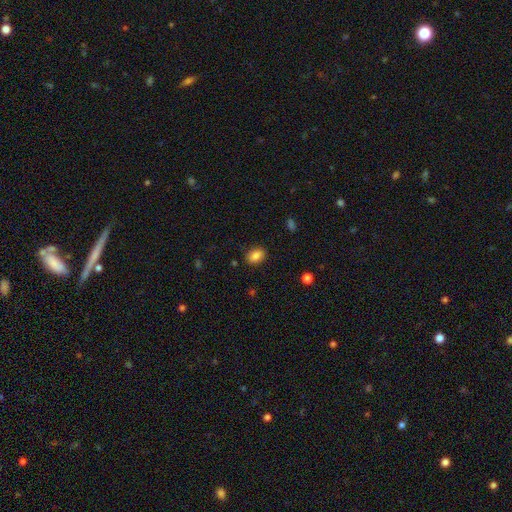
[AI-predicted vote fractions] smooth-or-featured: smooth: 86% | star or artifact: 9% | featured or disk: 5%
  how-rounded: in between: 79% | round: 20% | cigar-shaped: 1%
  merging: none: 86% | minor disturbance: 10% | major disturbance: 3% | merger: 1%